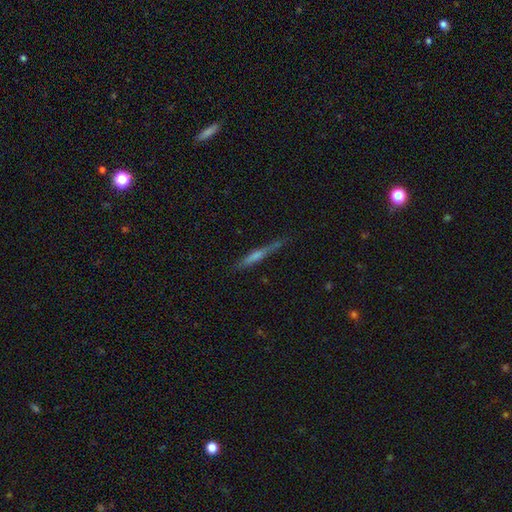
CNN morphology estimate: Overall: featured or disk (57%; smooth 35%). Edge-on disk: yes (96%). Edge-on bulge: rounded (44%; none 40%). Merging: none (80%).